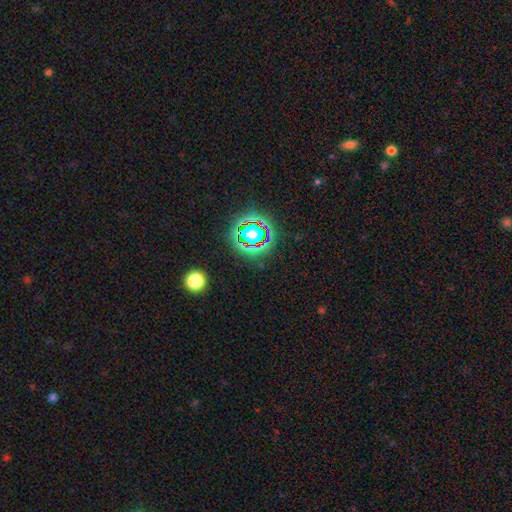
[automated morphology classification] A star or artifact, not a galaxy (77%).